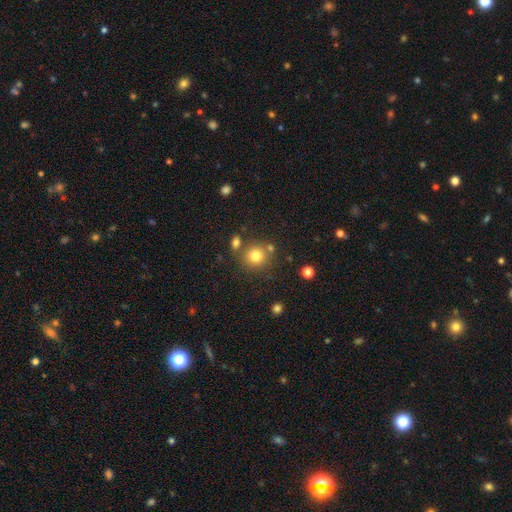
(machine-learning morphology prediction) Q: Smooth or featured?
A: smooth (78%); runner-up: star or artifact (13%)
Q: How rounded?
A: round (89%); runner-up: in between (10%)
Q: Merging?
A: none (74%); runner-up: merger (13%)